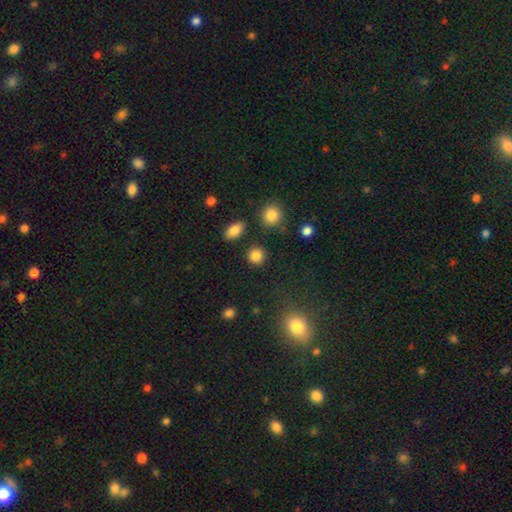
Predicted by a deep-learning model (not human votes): The model was most divided on "smooth or featured": smooth: 85%, star or artifact: 10%, featured or disk: 5%. More confident: how rounded — round (89%); merging — none (88%).